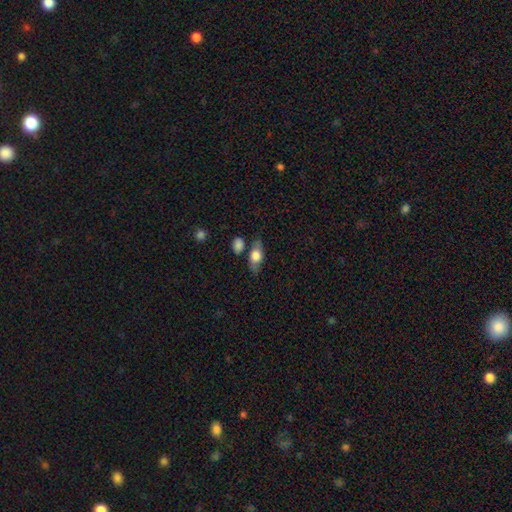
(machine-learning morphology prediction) This is likely a smooth galaxy (62%). How rounded: likely in between (75%). Merging: likely none (71%).